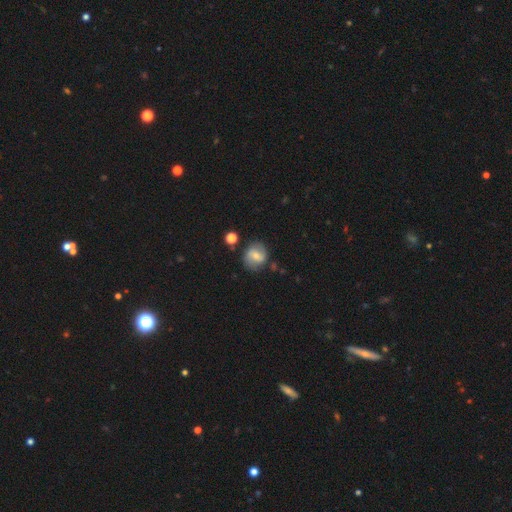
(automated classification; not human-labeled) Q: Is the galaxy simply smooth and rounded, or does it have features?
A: featured or disk — 50%.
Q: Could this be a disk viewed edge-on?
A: no — 97%.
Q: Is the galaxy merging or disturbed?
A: none — 77%.